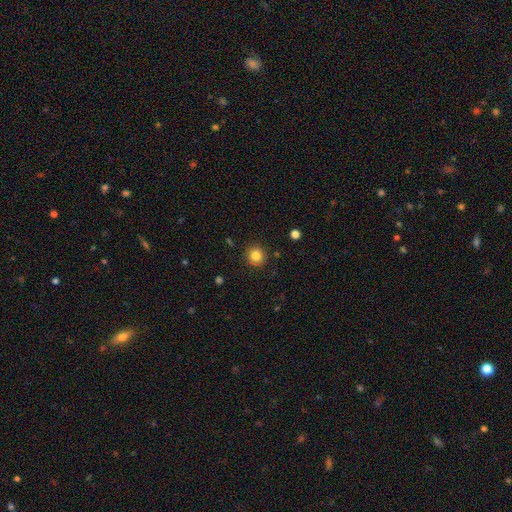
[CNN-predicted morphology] Smooth or featured?
  - smooth: 82% *
  - star or artifact: 11%
  - featured or disk: 6%
How rounded?
  - round: 93% *
  - in between: 6%
  - cigar-shaped: 1%
Merging?
  - none: 90% *
  - minor disturbance: 6%
  - major disturbance: 2%
  - merger: 1%